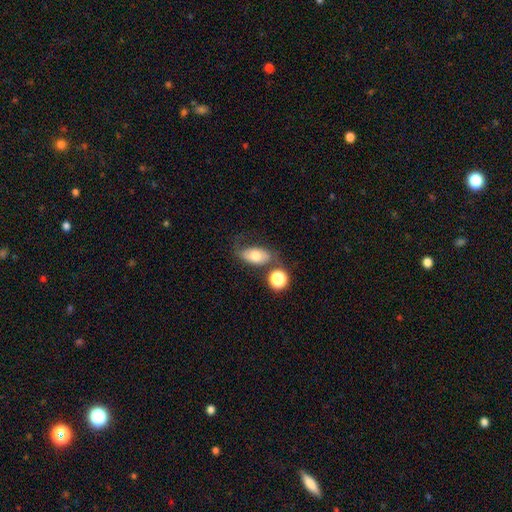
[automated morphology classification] smooth 65%, featured or disk 25%, star or artifact 10%. Down the decision tree: how rounded — in between (87%); merging — none (55%).